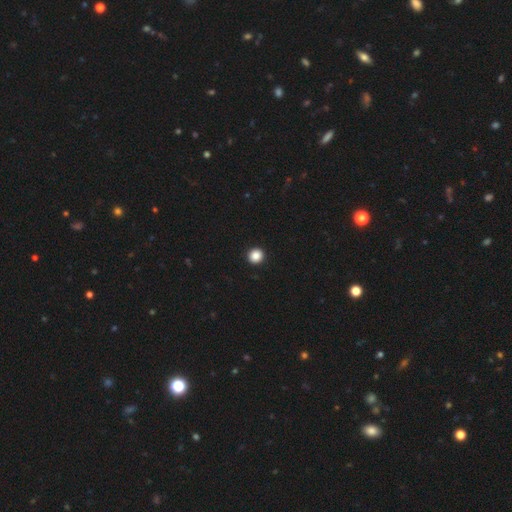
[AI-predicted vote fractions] Q: Smooth or featured?
A: smooth (87%); runner-up: star or artifact (10%)
Q: How rounded?
A: round (95%); runner-up: in between (4%)
Q: Merging?
A: none (94%); runner-up: minor disturbance (3%)